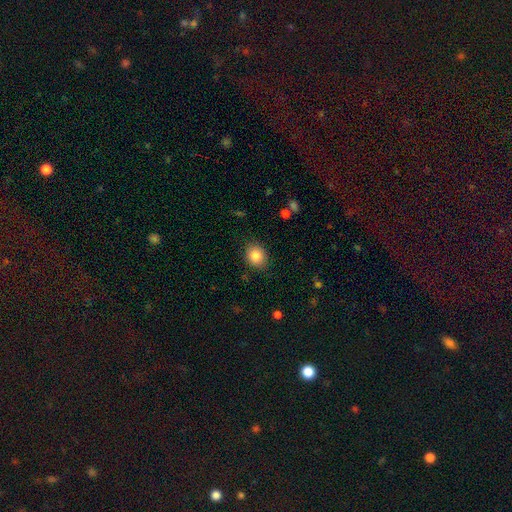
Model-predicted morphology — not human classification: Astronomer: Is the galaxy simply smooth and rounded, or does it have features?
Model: smooth — 85%.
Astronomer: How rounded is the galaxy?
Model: round — 54% (runner-up: in between, 45%).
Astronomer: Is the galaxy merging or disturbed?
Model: none — 86%.